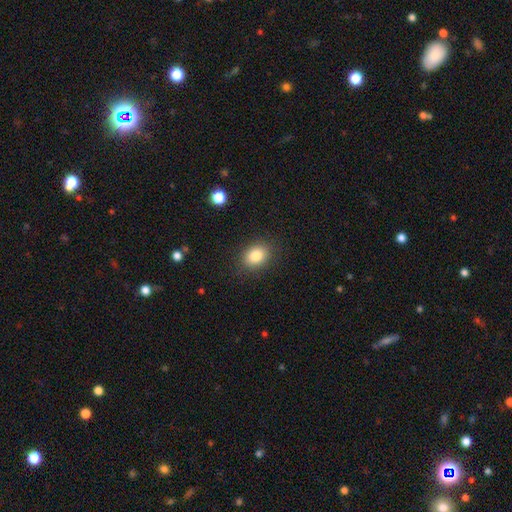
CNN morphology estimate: Smooth or featured: smooth — 83% (star or artifact — 10%)
How rounded: in between — 58% (round — 41%)
Merging: none — 86% (minor disturbance — 10%)